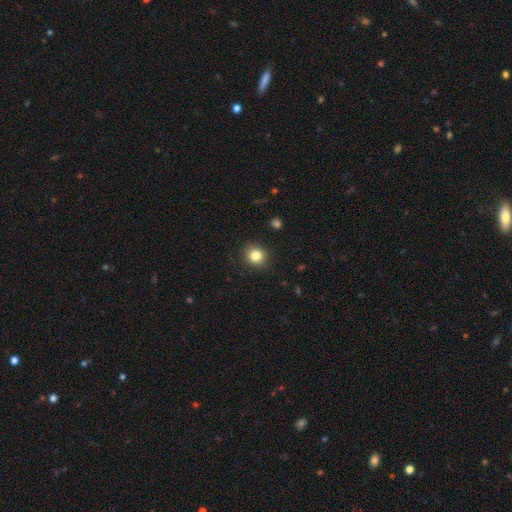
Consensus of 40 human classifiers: smooth 88%, star or artifact 8%, featured or disk 5%. Down the decision tree: how rounded — round (86%); merging — none (84%).